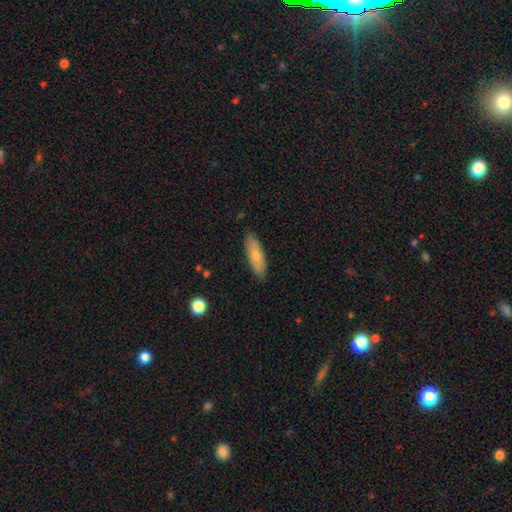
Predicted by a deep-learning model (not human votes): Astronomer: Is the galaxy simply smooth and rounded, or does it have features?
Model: smooth — 74%.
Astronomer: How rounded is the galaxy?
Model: cigar-shaped — 51% (runner-up: in between, 47%).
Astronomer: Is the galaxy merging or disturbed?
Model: none — 86%.